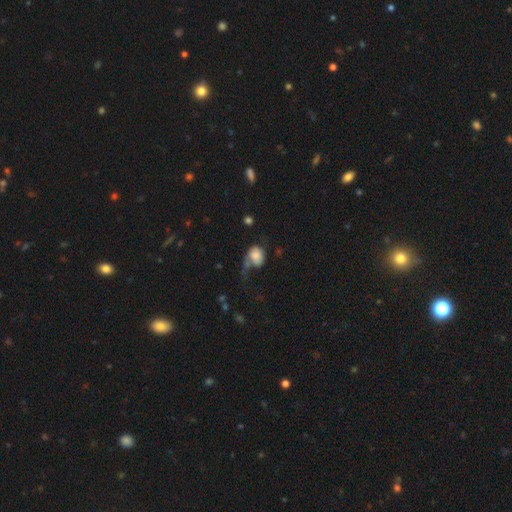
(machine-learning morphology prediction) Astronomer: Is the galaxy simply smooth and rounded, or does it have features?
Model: smooth — 70%.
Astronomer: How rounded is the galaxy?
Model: round — 51% (runner-up: in between, 48%).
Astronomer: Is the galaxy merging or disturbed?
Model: major disturbance — 44% (runner-up: none, 25%).